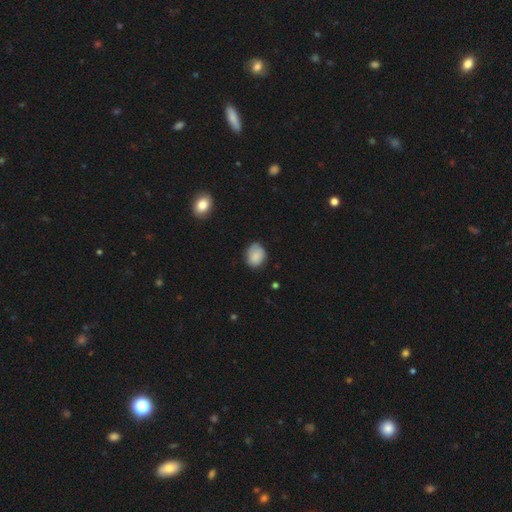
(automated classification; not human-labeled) Smooth or featured?
  - smooth: 84% *
  - featured or disk: 8%
  - star or artifact: 8%
How rounded?
  - in between: 55% *
  - round: 44%
  - cigar-shaped: 1%
Merging?
  - none: 70% *
  - minor disturbance: 24%
  - major disturbance: 4%
  - merger: 1%